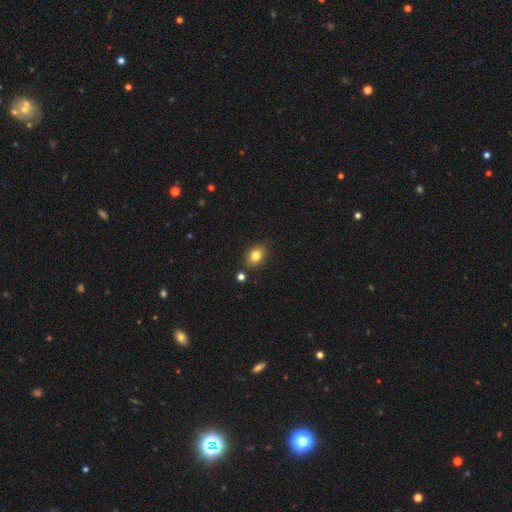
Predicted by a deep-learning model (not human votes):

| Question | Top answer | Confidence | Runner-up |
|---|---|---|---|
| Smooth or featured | smooth | 82% | star or artifact (10%) |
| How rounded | in between | 62% | round (37%) |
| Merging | none | 82% | minor disturbance (12%) |